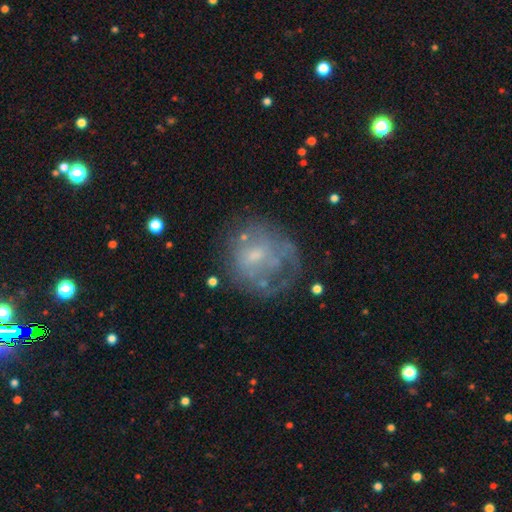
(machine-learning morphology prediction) Smooth or featured?
  - featured or disk: 52% *
  - smooth: 36%
  - star or artifact: 12%
Edge-on disk?
  - no: 97% *
  - yes: 3%
Bar?
  - no: 69% *
  - weak: 26%
  - strong: 4%
Spiral arms?
  - no: 72% *
  - yes: 28%
Bulge size?
  - small: 51% *
  - moderate: 28%
  - none: 18%
  - large: 2%
  - dominant: 1%
Merging?
  - none: 49% *
  - major disturbance: 26%
  - minor disturbance: 21%
  - merger: 4%